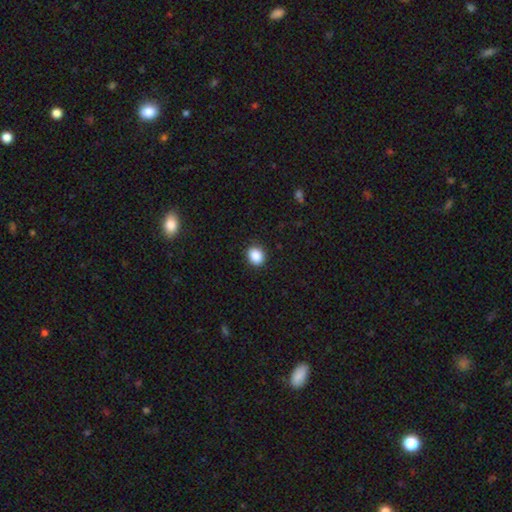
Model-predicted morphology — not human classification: A smooth galaxy with no disk features (89%) that is round (66%). Merging: none (90%).